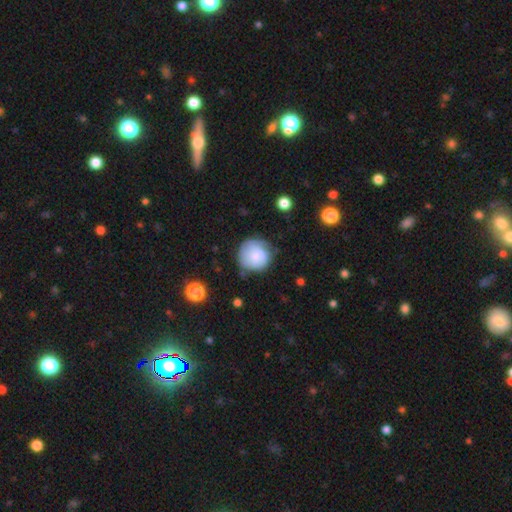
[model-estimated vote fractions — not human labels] Morphology: type=smooth (69%); roundness=round (88%); merging=none (53%).